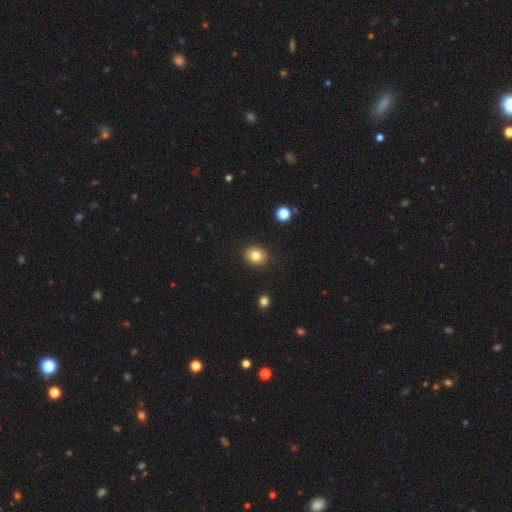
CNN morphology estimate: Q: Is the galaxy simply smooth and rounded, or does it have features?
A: smooth — 81%.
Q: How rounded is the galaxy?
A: round — 67%.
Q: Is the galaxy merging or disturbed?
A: none — 90%.